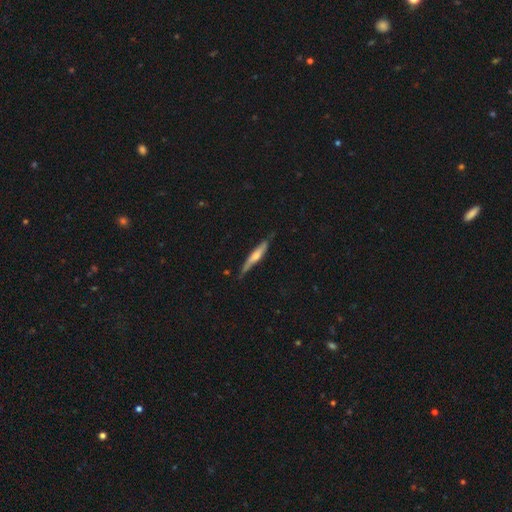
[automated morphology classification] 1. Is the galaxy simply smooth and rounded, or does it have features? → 48% featured or disk, 46% smooth, 5% star or artifact.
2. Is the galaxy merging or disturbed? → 67% none, 26% minor disturbance, 5% major disturbance, 2% merger.